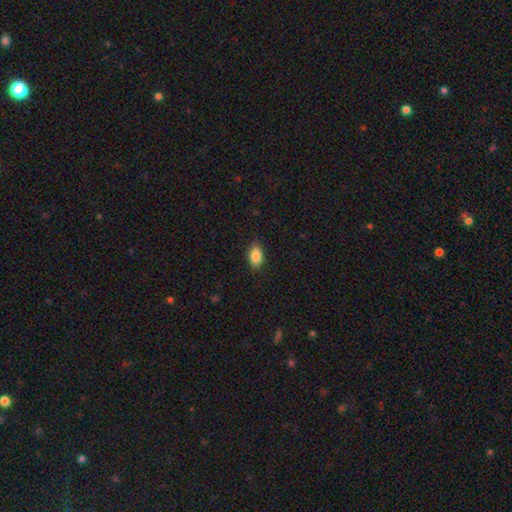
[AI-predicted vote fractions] A smooth galaxy with no disk features (87%) that is in between round and cigar-shaped (90%).

Vote fractions:
- Smooth or featured? smooth: 87% / star or artifact: 8% / featured or disk: 6%
- How rounded? in between: 90% / round: 5% / cigar-shaped: 4%
- Merging? none: 86% / minor disturbance: 11% / major disturbance: 2% / merger: 1%